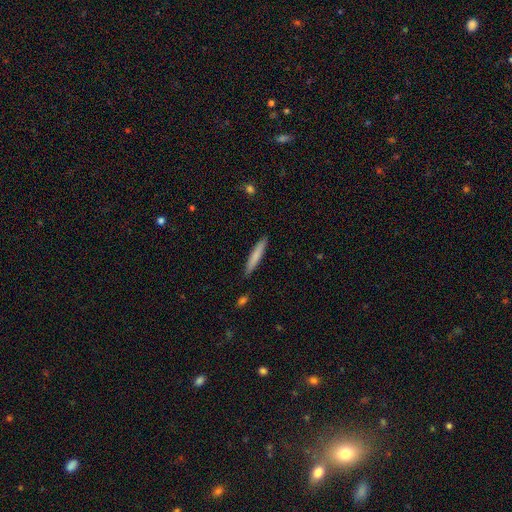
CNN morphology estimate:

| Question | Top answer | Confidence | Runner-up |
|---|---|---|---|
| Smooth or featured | smooth | 76% | featured or disk (18%) |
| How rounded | cigar-shaped | 94% | in between (5%) |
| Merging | none | 88% | minor disturbance (9%) |